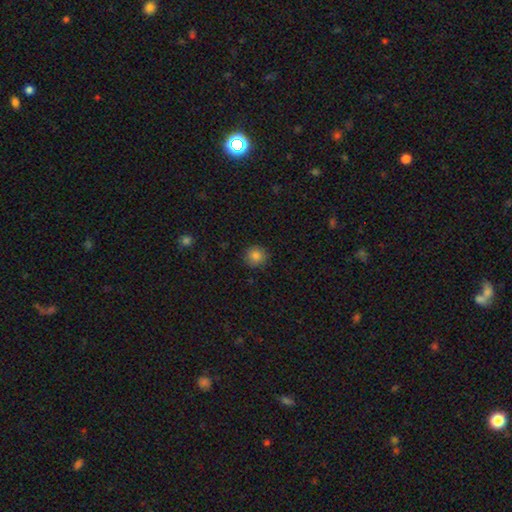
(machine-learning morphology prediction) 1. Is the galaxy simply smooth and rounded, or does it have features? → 84% smooth, 11% star or artifact, 5% featured or disk.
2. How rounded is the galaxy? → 93% round, 6% in between, 1% cigar-shaped.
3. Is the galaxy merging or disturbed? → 89% none, 8% minor disturbance, 2% major disturbance, 1% merger.